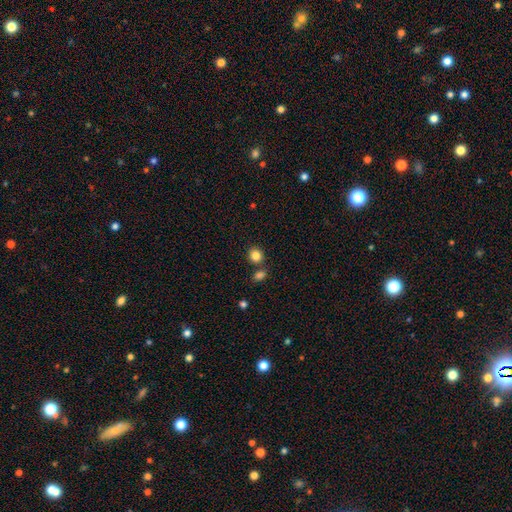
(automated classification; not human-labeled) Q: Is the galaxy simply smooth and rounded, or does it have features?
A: smooth — 84%.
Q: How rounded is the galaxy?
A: round — 80%.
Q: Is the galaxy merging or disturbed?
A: none — 74%.